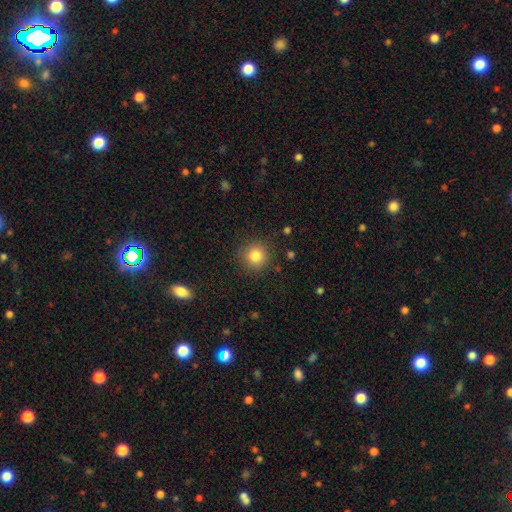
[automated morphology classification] Smooth or featured? Predicted: smooth (p=0.83). How rounded? Predicted: round (p=0.93). Merging? Predicted: none (p=0.88).